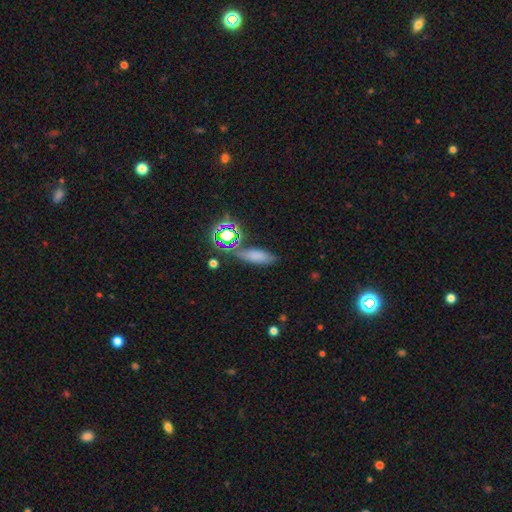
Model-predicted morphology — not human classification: type=smooth (68%); roundness=in between (56%); merging=none (70%).